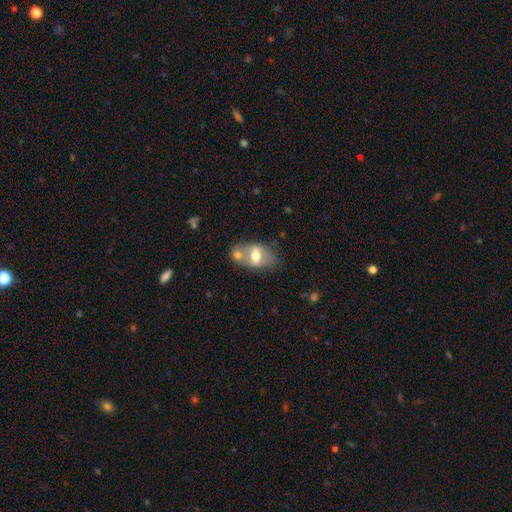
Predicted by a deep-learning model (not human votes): The model was most divided on "smooth or featured": featured or disk: 48%, smooth: 45%, star or artifact: 7%. Remaining: merging — none (46%).